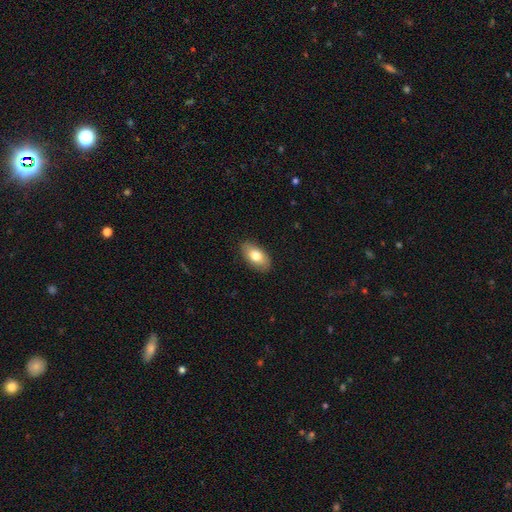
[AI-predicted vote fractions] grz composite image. It shows a smooth galaxy with no disk features (76%) that is in between round and cigar-shaped (92%). Merging: none (87%).